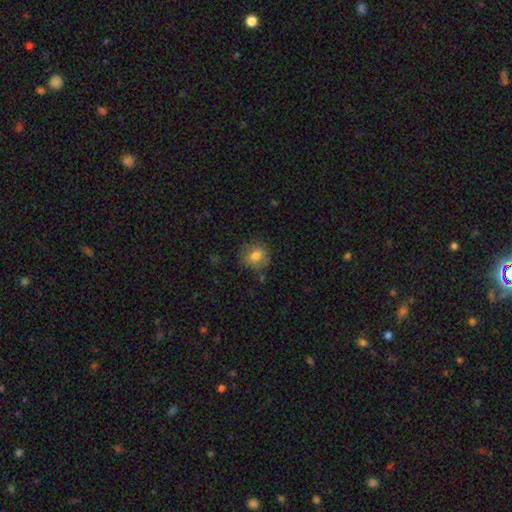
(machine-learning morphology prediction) Overall: smooth (77%). How rounded: round (85%). Merging: none (75%).